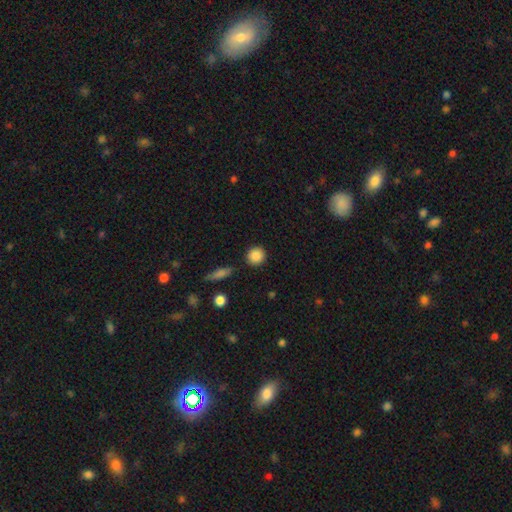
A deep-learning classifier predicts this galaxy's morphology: Smooth or featured: smooth — 87% (star or artifact — 9%)
How rounded: round — 90% (in between — 9%)
Merging: none — 87% (minor disturbance — 8%)